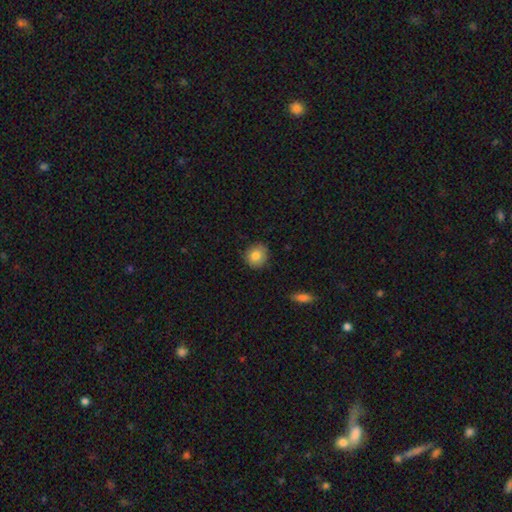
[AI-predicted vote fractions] This is clearly a smooth galaxy (82%). How rounded: clearly round (88%). Merging: clearly none (87%).